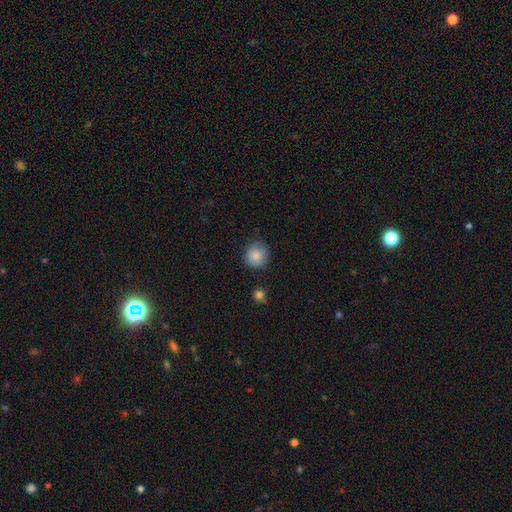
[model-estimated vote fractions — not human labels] smooth_or_featured: smooth (p=0.85) [alt: star or artifact p=0.08]
how_rounded: round (p=0.89) [alt: in between p=0.10]
merging: none (p=0.82) [alt: minor disturbance p=0.14]